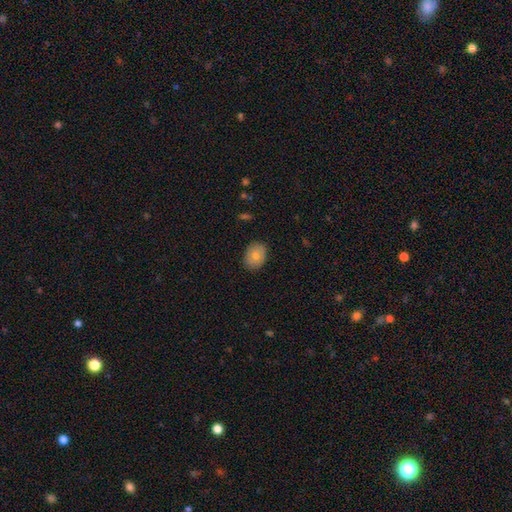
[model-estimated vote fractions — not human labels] Overall: smooth (78%). How rounded: in between (59%; round 40%). Merging: none (86%).